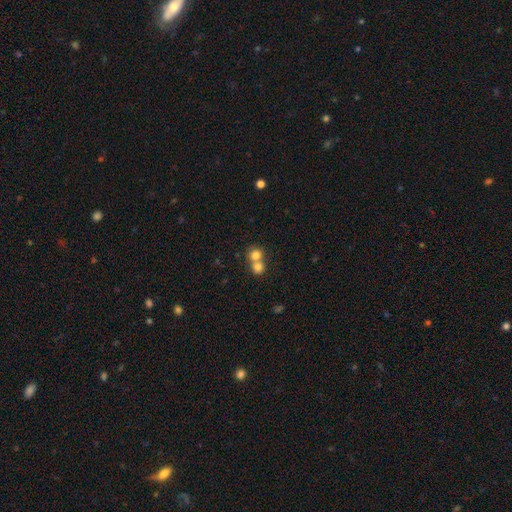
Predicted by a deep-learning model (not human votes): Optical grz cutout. It shows a smooth galaxy with no disk features (76%) that is round (82%). Merging: merger (60%).